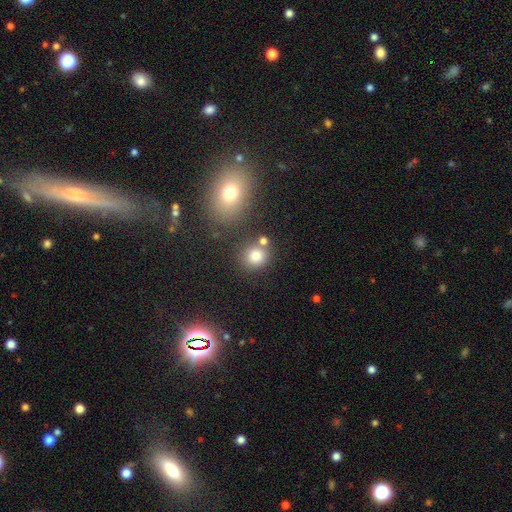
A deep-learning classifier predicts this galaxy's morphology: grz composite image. It shows a smooth galaxy with no disk features (80%) that is round (83%). Merging: none (67%).